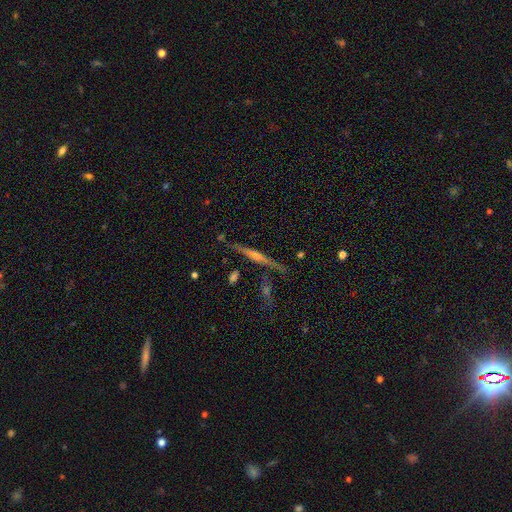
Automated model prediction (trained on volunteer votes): Morphology: type=featured or disk (79%); edge-on=yes (97%); edge-on bulge=rounded (83%); merging=none (82%).